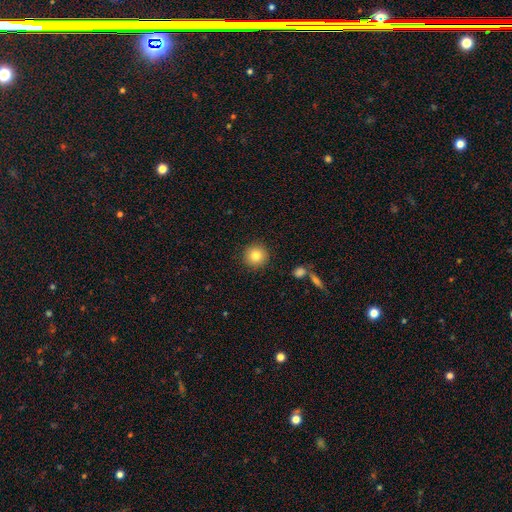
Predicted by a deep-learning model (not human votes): Smooth or featured? smooth (82%)
How rounded? round (94%)
Merging? none (91%)